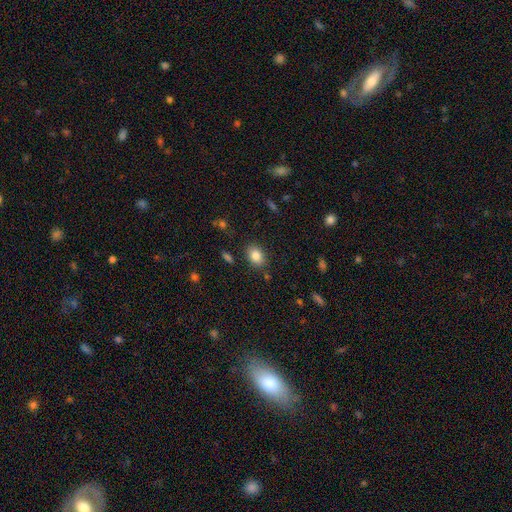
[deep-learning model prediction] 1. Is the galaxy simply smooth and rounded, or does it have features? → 84% smooth, 9% star or artifact, 6% featured or disk.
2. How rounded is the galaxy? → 72% in between, 27% round, 1% cigar-shaped.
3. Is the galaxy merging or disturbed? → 84% none, 11% minor disturbance, 3% major disturbance, 3% merger.